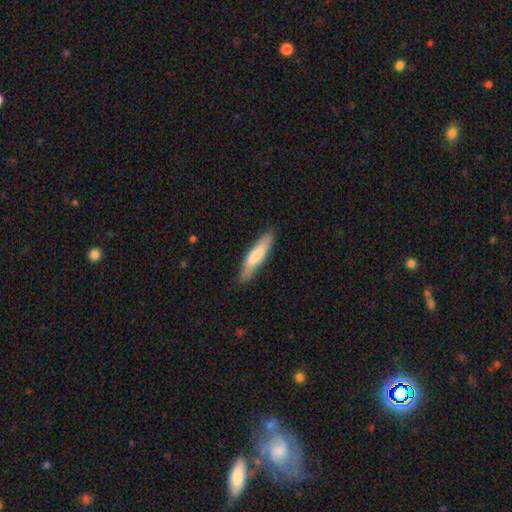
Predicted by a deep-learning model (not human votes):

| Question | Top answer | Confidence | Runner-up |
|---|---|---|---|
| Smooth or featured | smooth | 72% | featured or disk (23%) |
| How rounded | cigar-shaped | 78% | in between (20%) |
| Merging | none | 84% | minor disturbance (12%) |